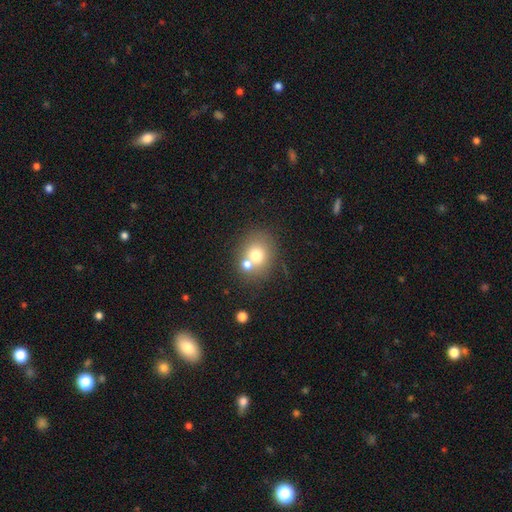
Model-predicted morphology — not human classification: Q: Smooth or featured?
A: smooth (70%); runner-up: featured or disk (17%)
Q: How rounded?
A: round (69%); runner-up: in between (30%)
Q: Merging?
A: none (51%); runner-up: merger (35%)